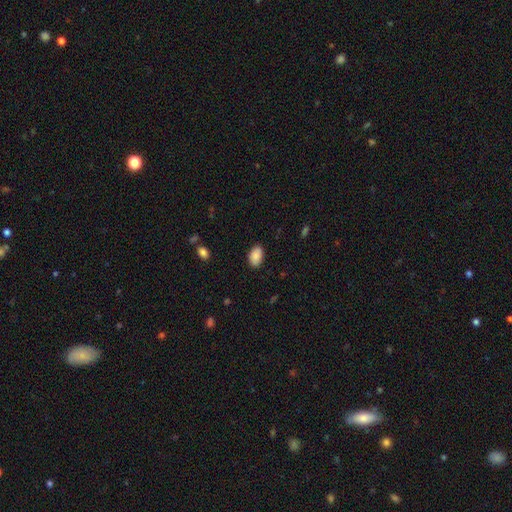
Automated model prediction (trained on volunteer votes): Smooth or featured? Predicted: smooth (p=0.89). How rounded? Predicted: in between (p=0.91). Merging? Predicted: none (p=0.85).